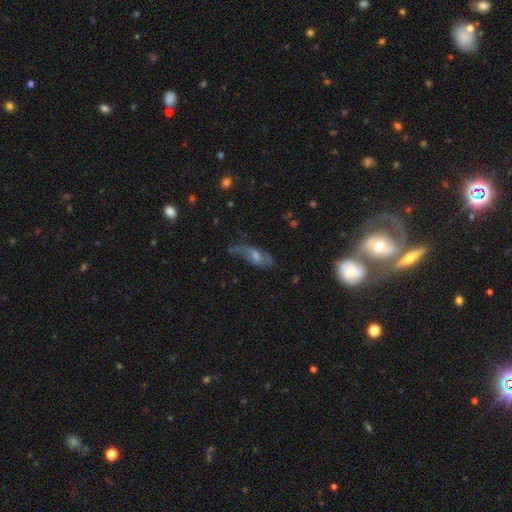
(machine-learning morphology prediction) featured or disk 61%, smooth 26%, star or artifact 13%. Down the decision tree: edge-on disk — no (83%); bar — no (54%); spiral arms — yes (78%); bulge size — moderate (48%); merging — none (49%).